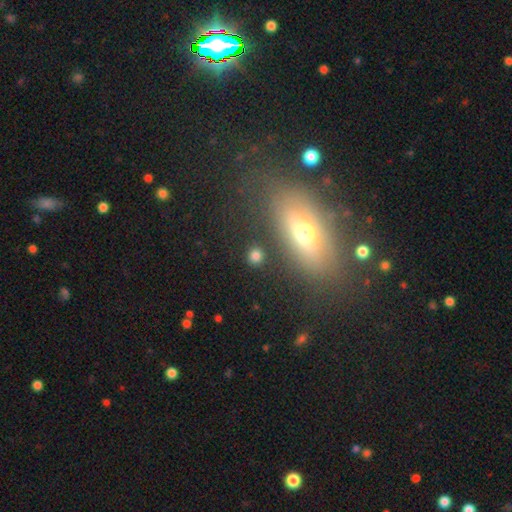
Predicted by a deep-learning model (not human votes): Smooth or featured: smooth — 78% (star or artifact — 14%)
How rounded: round — 81% (in between — 16%)
Merging: none — 85% (minor disturbance — 7%)